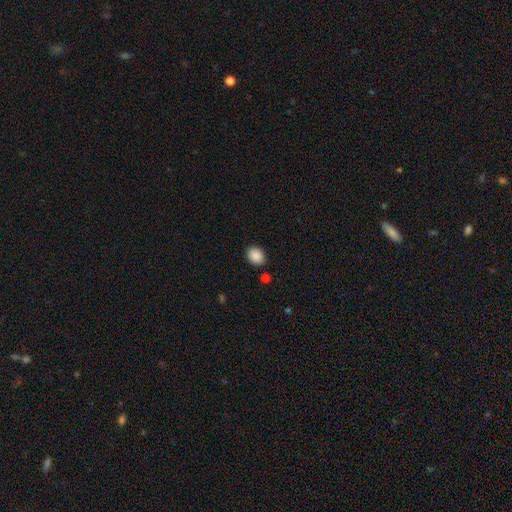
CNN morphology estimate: smooth 89%, star or artifact 8%, featured or disk 3%. Down the decision tree: how rounded — in between (58%); merging — none (87%).